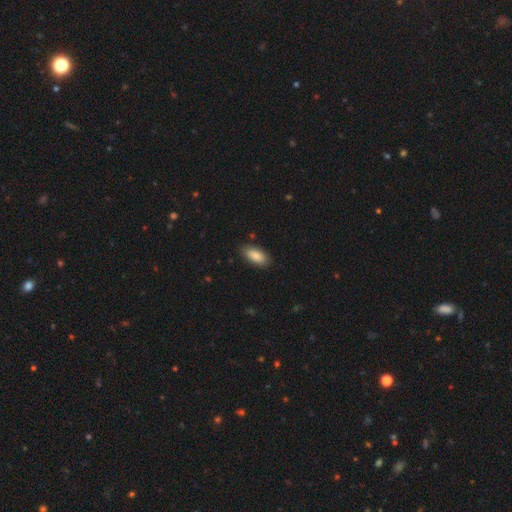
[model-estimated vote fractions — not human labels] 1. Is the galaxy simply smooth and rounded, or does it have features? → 87% smooth, 7% featured or disk, 7% star or artifact.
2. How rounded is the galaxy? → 90% in between, 8% cigar-shaped, 2% round.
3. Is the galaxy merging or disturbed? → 85% none, 12% minor disturbance, 2% major disturbance, 1% merger.